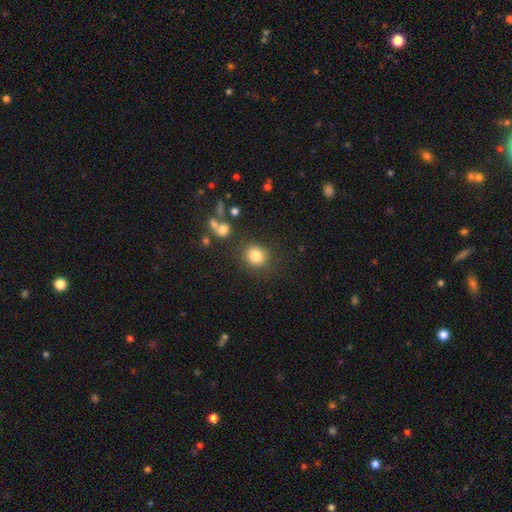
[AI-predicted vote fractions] smooth_or_featured: smooth (p=0.83) [alt: star or artifact p=0.11]
how_rounded: round (p=0.77) [alt: in between p=0.22]
merging: none (p=0.82) [alt: minor disturbance p=0.10]